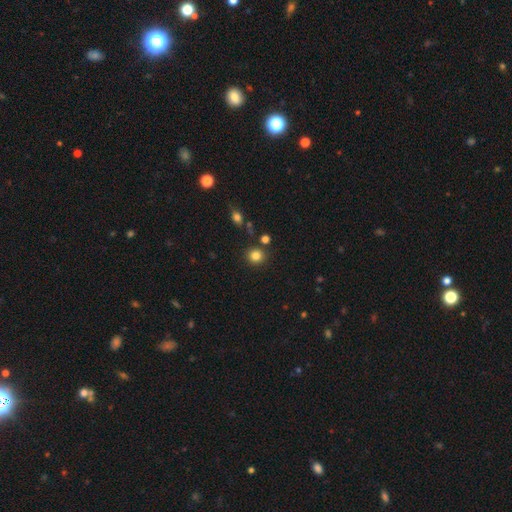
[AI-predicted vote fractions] A smooth galaxy with no disk features (83%) that is round (88%). Merging: none (85%).